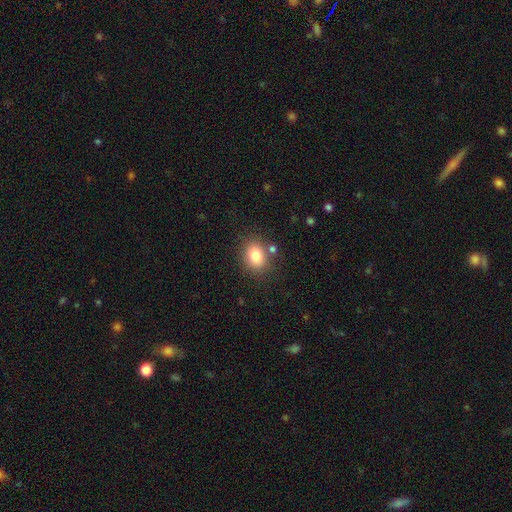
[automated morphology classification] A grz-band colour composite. It shows a smooth galaxy with no disk features (82%) that is in between round and cigar-shaped (59%). Merging: none (76%).